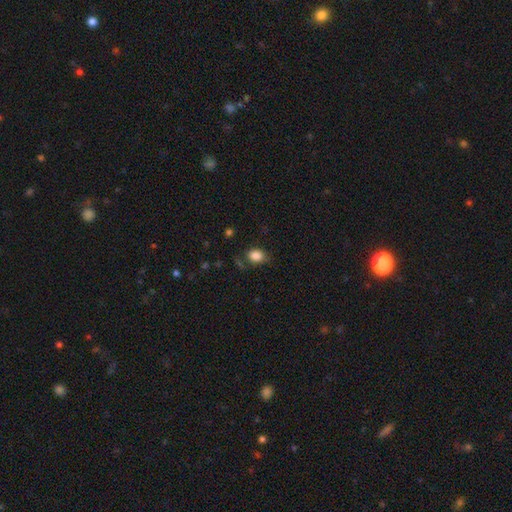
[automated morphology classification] smooth 85%, star or artifact 10%, featured or disk 5%. Down the decision tree: how rounded — in between (62%); merging — none (71%).